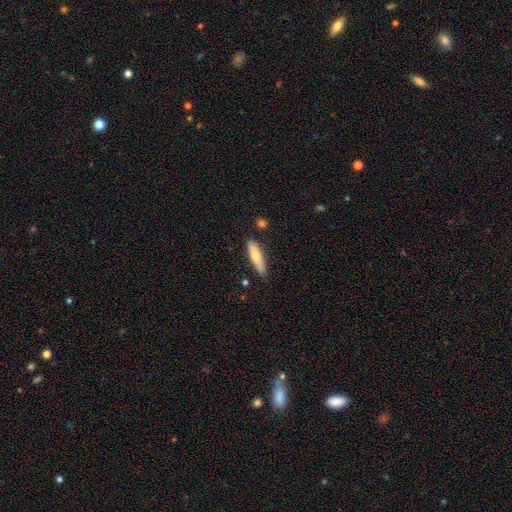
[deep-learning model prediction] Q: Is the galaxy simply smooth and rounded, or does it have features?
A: smooth — 69%.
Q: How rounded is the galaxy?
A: cigar-shaped — 72%.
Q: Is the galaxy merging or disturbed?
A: none — 80%.